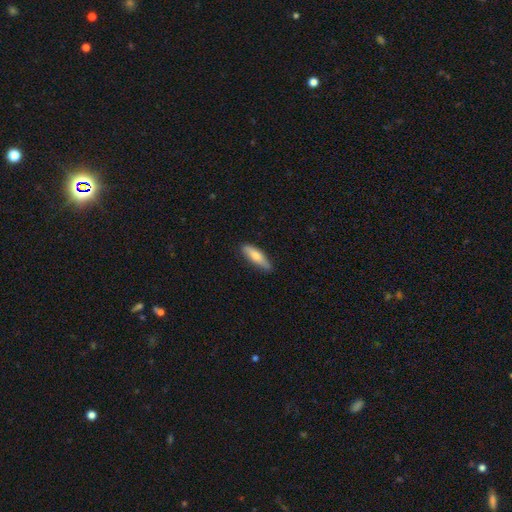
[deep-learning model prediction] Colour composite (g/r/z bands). It shows a smooth galaxy with no disk features (72%) that is cigar-shaped (59%). Merging: none (80%).